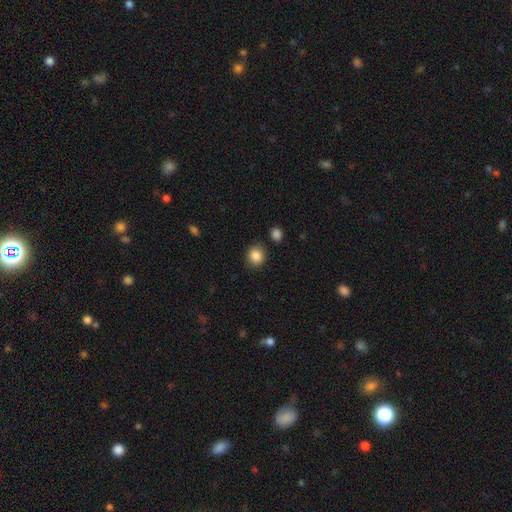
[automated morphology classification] Smooth or featured?
  - smooth: 87% *
  - star or artifact: 9%
  - featured or disk: 4%
How rounded?
  - round: 81% *
  - in between: 18%
  - cigar-shaped: 1%
Merging?
  - none: 86% *
  - minor disturbance: 9%
  - merger: 3%
  - major disturbance: 2%